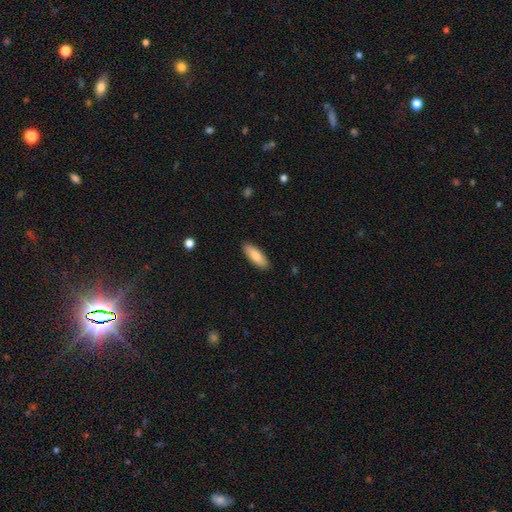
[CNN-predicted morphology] Smooth or featured?
  - smooth: 81% *
  - featured or disk: 13%
  - star or artifact: 6%
How rounded?
  - in between: 64% *
  - cigar-shaped: 34%
  - round: 2%
Merging?
  - none: 89% *
  - minor disturbance: 8%
  - major disturbance: 2%
  - merger: 1%